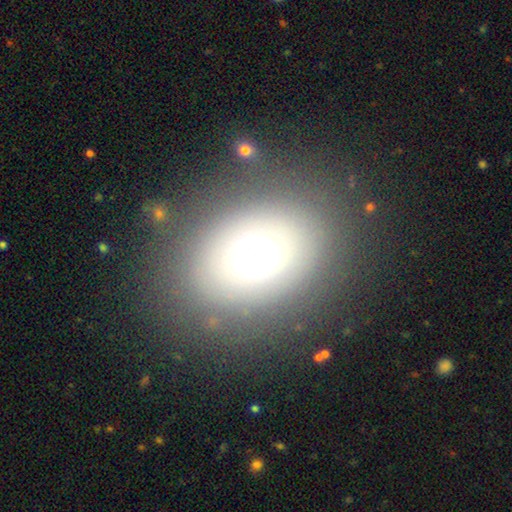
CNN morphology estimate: smooth-or-featured: smooth: 63% | featured or disk: 20% | star or artifact: 17%
  how-rounded: in between: 57% | round: 42% | cigar-shaped: 1%
  merging: none: 81% | minor disturbance: 10% | major disturbance: 7% | merger: 2%